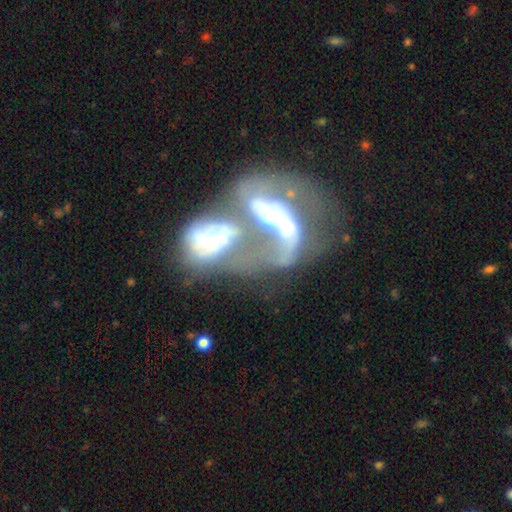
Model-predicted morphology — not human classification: Q: Smooth or featured?
A: featured or disk (78%); runner-up: smooth (14%)
Q: Edge-on disk?
A: no (94%); runner-up: yes (6%)
Q: Bar?
A: strong (36%); runner-up: no (34%)
Q: Spiral arms?
A: yes (73%); runner-up: no (27%)
Q: Spiral winding?
A: loose (58%); runner-up: medium (30%)
Q: Spiral arm count?
A: 2 (67%); runner-up: can't tell (15%)
Q: Bulge size?
A: moderate (46%); runner-up: small (22%)
Q: Merging?
A: merger (78%); runner-up: major disturbance (10%)